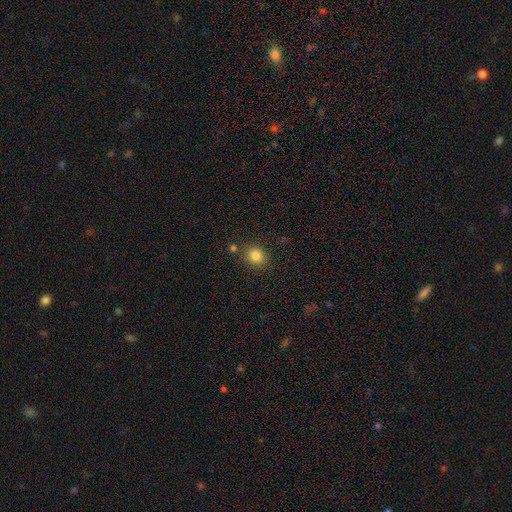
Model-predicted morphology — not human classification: smooth_or_featured: smooth (p=0.83) [alt: star or artifact p=0.11]
how_rounded: round (p=0.79) [alt: in between p=0.21]
merging: none (p=0.83) [alt: minor disturbance p=0.09]